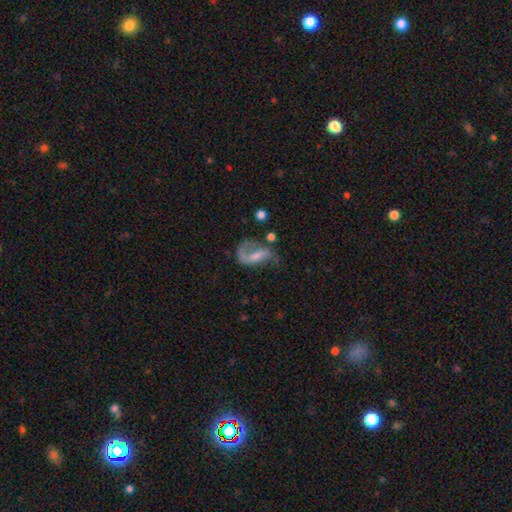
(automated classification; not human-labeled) Overall: featured or disk (75%). Edge-on disk: no (96%). Bar: weak (43%; no 31%). Spiral arms: yes (89%). Spiral arm count: 2 (64%; 1 29%). Spiral winding: loose (68%). Bulge size: small (43%; moderate 26%). Merging: none (41%; major disturbance 32%).